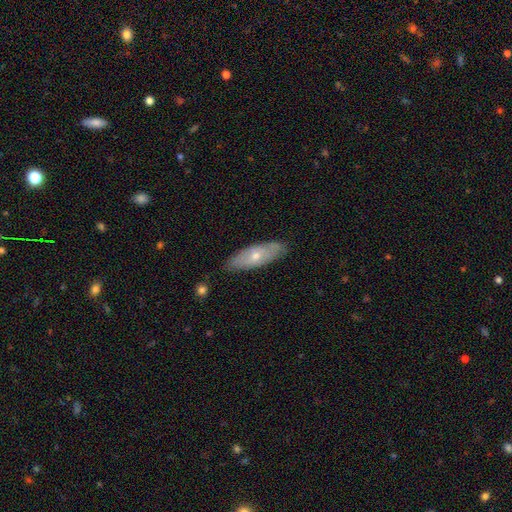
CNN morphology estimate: Smooth or featured? Predicted: smooth (p=0.47, tied with featured or disk). Merging? Predicted: none (p=0.83).